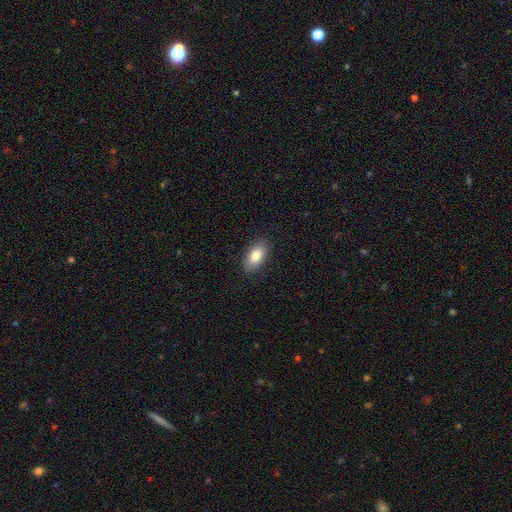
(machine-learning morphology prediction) Smooth or featured: smooth — 82% (featured or disk — 11%)
How rounded: in between — 93% (round — 4%)
Merging: none — 88% (minor disturbance — 9%)